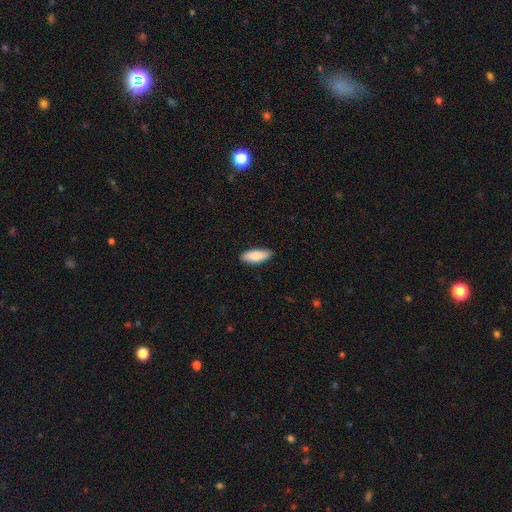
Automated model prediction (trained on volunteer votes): This appears to be a smooth galaxy with no disk features (85%) that is in between round and cigar-shaped (76%). Merging: none (87%).